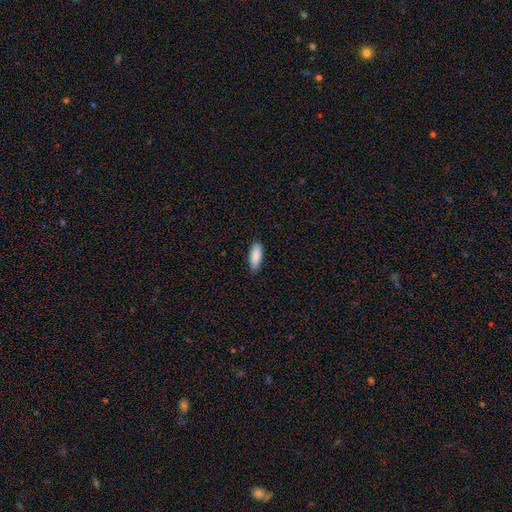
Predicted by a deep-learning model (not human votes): This appears to be a smooth galaxy with no disk features (89%) that is in between round and cigar-shaped (71%). Merging: none (83%).